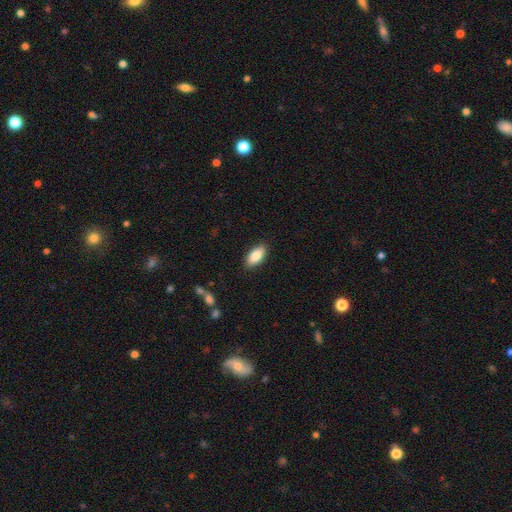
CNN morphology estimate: This appears to be a smooth galaxy with no disk features (85%) that is in between round and cigar-shaped (89%). Merging: none (88%).